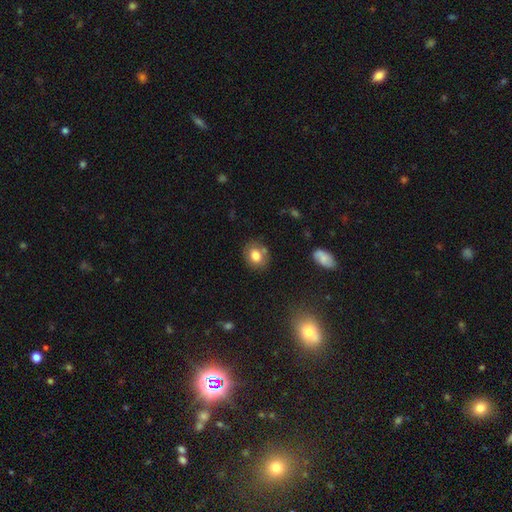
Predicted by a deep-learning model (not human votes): Smooth or featured? Predicted: smooth (p=0.77). How rounded? Predicted: round (p=0.54). Merging? Predicted: none (p=0.72).